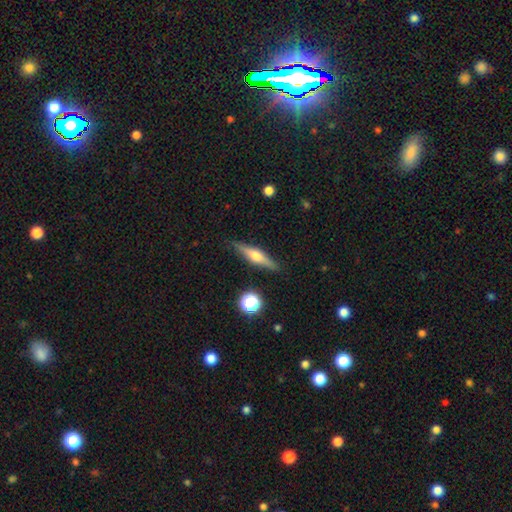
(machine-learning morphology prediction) A featured or disk galaxy (62%) viewed edge-on (95%) with a rounded central bulge (90%). Merging: none (87%).